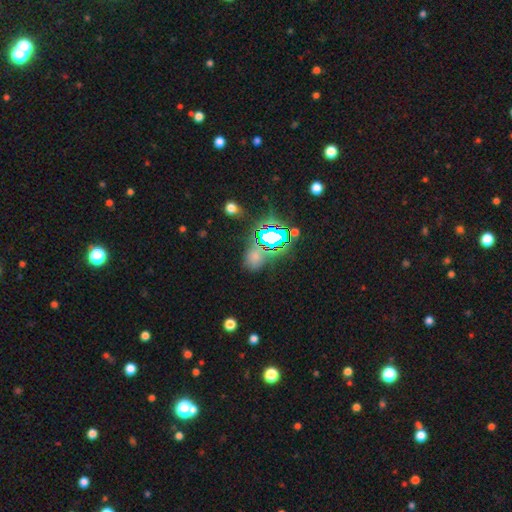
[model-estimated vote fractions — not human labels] Smooth or featured? star or artifact (48%)